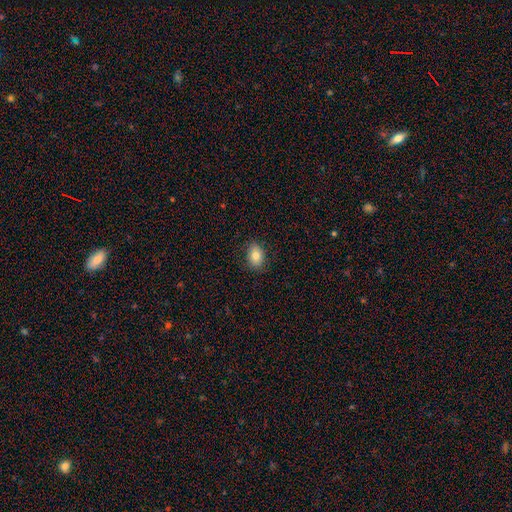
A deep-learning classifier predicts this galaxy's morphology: smooth_or_featured: smooth (p=0.81) [alt: featured or disk p=0.10]
how_rounded: in between (p=0.81) [alt: round p=0.18]
merging: none (p=0.85) [alt: minor disturbance p=0.11]